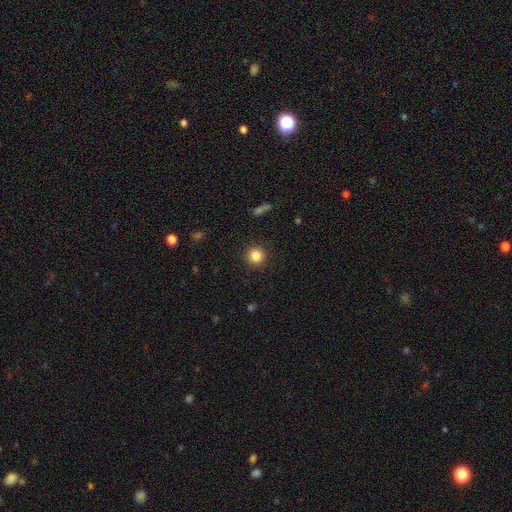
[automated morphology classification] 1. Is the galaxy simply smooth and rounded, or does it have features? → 84% smooth, 11% star or artifact, 5% featured or disk.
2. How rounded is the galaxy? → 94% round, 5% in between, 1% cigar-shaped.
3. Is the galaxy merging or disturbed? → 91% none, 6% minor disturbance, 2% major disturbance, 1% merger.